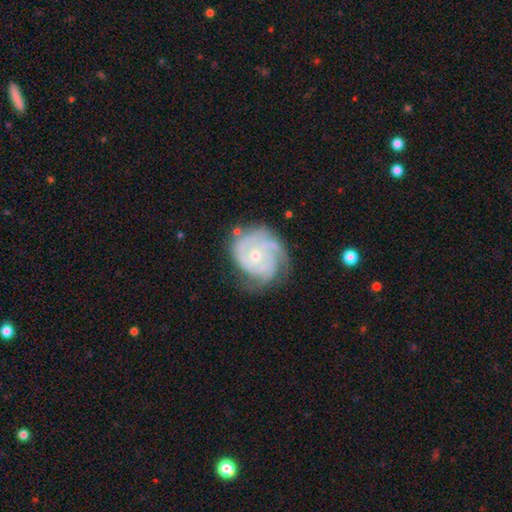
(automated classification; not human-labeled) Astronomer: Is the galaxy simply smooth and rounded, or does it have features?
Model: featured or disk — 85%.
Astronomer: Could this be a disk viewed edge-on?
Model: no — 98%.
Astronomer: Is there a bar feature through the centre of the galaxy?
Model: no — 76%.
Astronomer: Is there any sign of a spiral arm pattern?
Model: yes — 96%.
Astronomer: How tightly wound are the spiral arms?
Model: tight — 67%.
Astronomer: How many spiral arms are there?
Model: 3 — 39% (runner-up: can't tell, 22%).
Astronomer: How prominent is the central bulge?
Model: small — 62%.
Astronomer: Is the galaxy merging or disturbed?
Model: none — 64%.